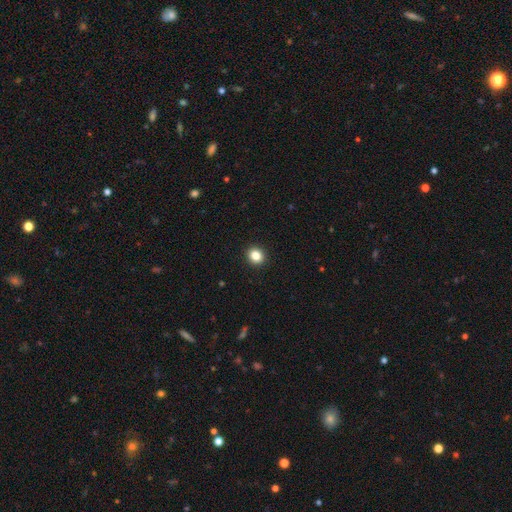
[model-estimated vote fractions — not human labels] Morphology: type=smooth (85%); roundness=round (73%); merging=none (93%).